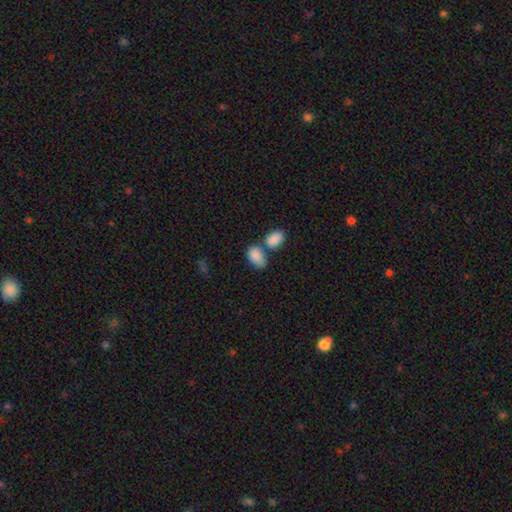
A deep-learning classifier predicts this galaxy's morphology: Smooth or featured?
  - smooth: 87% *
  - star or artifact: 7%
  - featured or disk: 6%
How rounded?
  - in between: 91% *
  - round: 8%
  - cigar-shaped: 1%
Merging?
  - merger: 44% *
  - none: 36%
  - minor disturbance: 14%
  - major disturbance: 5%